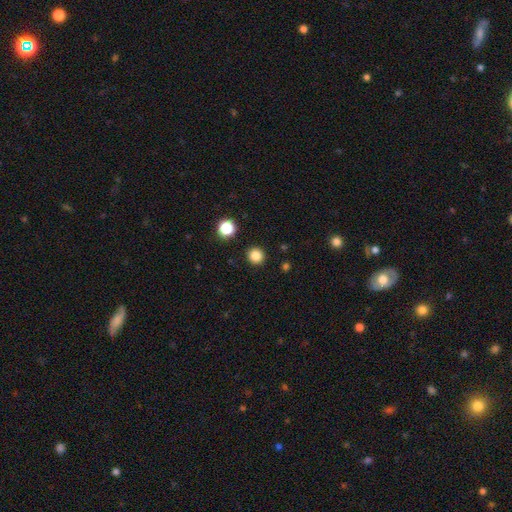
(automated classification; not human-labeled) Overall: smooth (84%). How rounded: round (93%). Merging: none (92%).